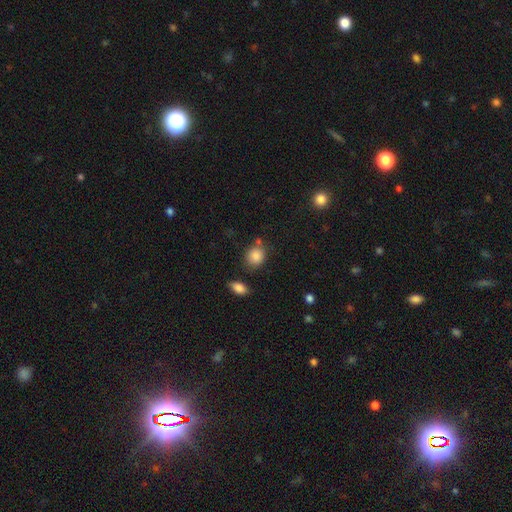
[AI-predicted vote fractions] smooth-or-featured: smooth: 86% | star or artifact: 9% | featured or disk: 5%
  how-rounded: round: 69% | in between: 30% | cigar-shaped: 1%
  merging: none: 71% | minor disturbance: 15% | merger: 9% | major disturbance: 4%